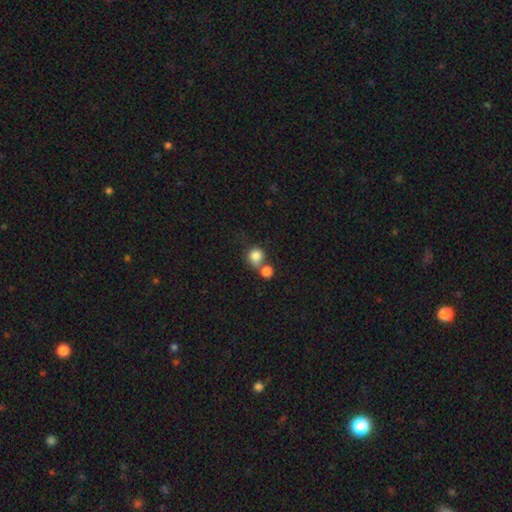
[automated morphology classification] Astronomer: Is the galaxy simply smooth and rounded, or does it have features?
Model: smooth — 82%.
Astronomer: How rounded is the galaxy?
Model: round — 84%.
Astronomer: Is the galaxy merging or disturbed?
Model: none — 44% (runner-up: merger, 42%).